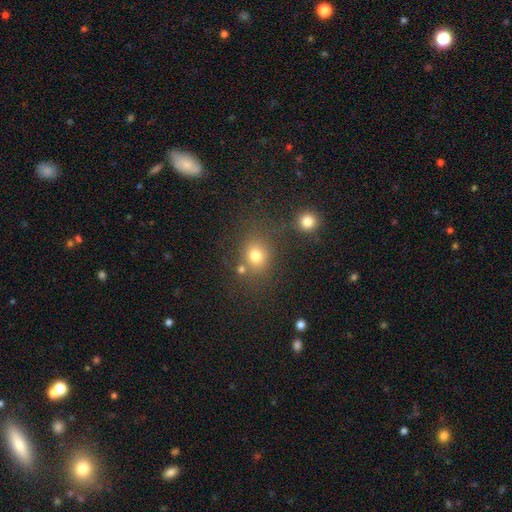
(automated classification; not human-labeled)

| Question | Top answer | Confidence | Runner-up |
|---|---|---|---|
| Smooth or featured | smooth | 75% | star or artifact (17%) |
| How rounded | round | 69% | in between (30%) |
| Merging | none | 68% | merger (13%) |